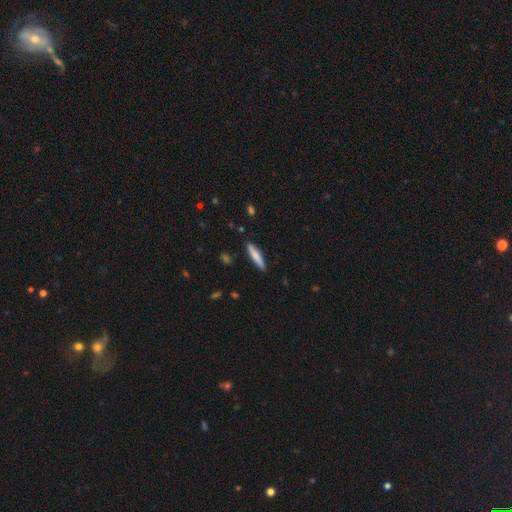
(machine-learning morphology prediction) Smooth or featured: smooth — 70% (featured or disk — 25%)
How rounded: cigar-shaped — 88% (in between — 10%)
Merging: none — 88% (minor disturbance — 9%)